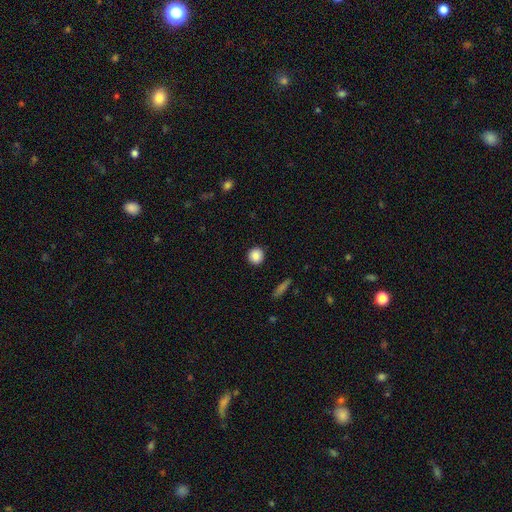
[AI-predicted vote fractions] Overall: smooth (87%). How rounded: round (93%). Merging: none (92%).